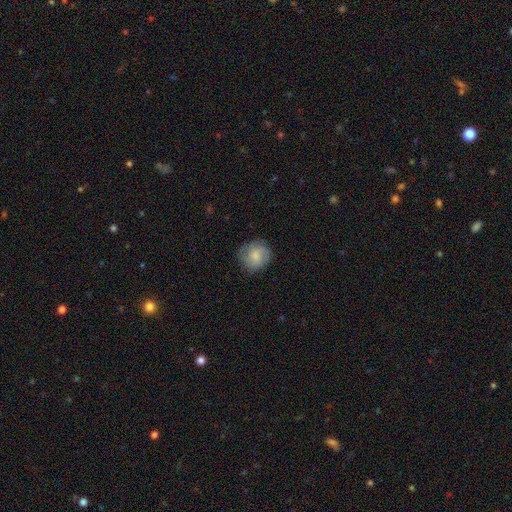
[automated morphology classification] smooth 70%, featured or disk 22%, star or artifact 7%. Down the decision tree: how rounded — round (84%); merging — none (77%).